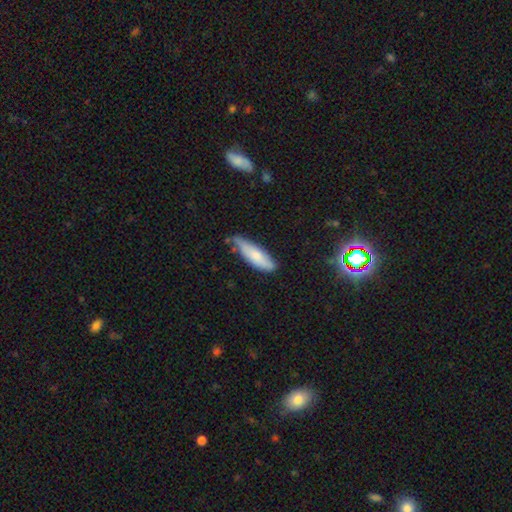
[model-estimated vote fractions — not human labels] A smooth galaxy with no disk features (74%) that is cigar-shaped (54%).

Vote fractions:
- Smooth or featured? smooth: 74% / featured or disk: 19% / star or artifact: 6%
- How rounded? cigar-shaped: 54% / in between: 45% / round: 2%
- Merging? none: 52% / minor disturbance: 37% / major disturbance: 7% / merger: 4%